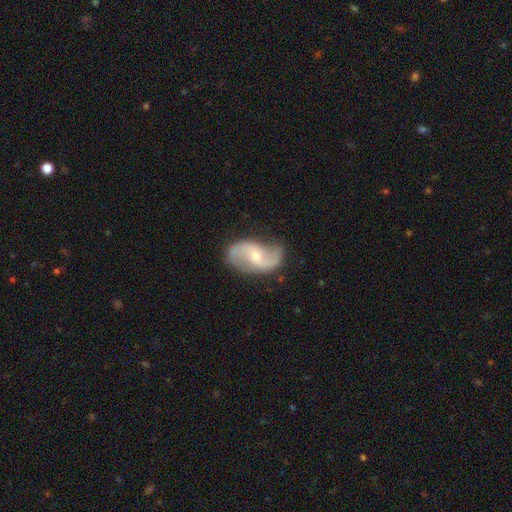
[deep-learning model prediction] The model was most divided on "bulge size": small: 54%, moderate: 42%, large: 2%, none: 1%, dominant: 1%. More confident: edge-on disk — no (97%); spiral arms — yes (96%); spiral arm count — 2 (92%); smooth or featured — featured or disk (86%); merging — none (77%); spiral winding — loose (58%); bar — no (52%).